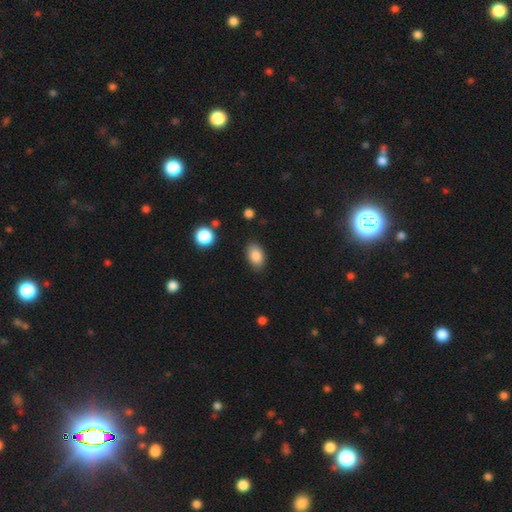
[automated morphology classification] Smooth or featured? Predicted: smooth (p=0.86). How rounded? Predicted: in between (p=0.89). Merging? Predicted: none (p=0.84).